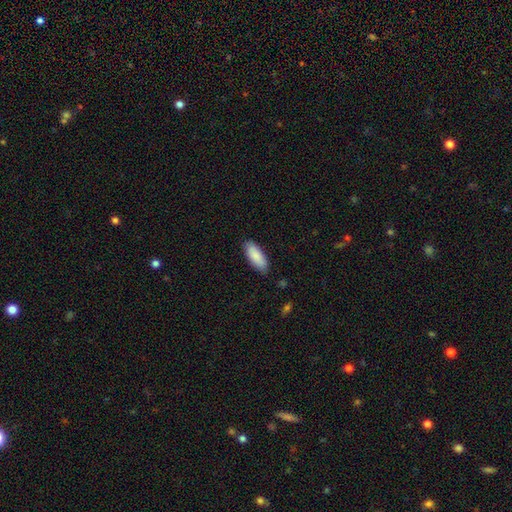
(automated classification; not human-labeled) Overall: smooth (88%). How rounded: in between (75%). Merging: none (85%).